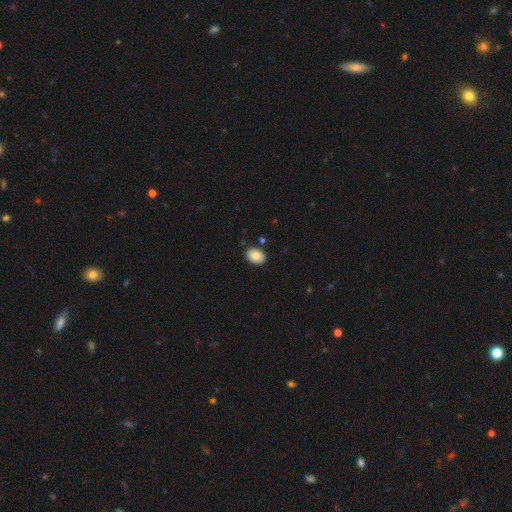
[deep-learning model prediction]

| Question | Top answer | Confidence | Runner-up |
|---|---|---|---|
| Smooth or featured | smooth | 81% | featured or disk (12%) |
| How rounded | in between | 78% | round (21%) |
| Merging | none | 87% | minor disturbance (9%) |